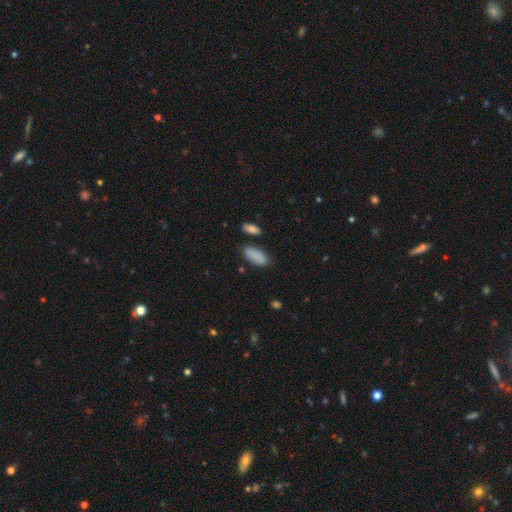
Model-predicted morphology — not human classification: smooth 89%, star or artifact 6%, featured or disk 5%. Down the decision tree: how rounded — in between (85%); merging — none (81%).